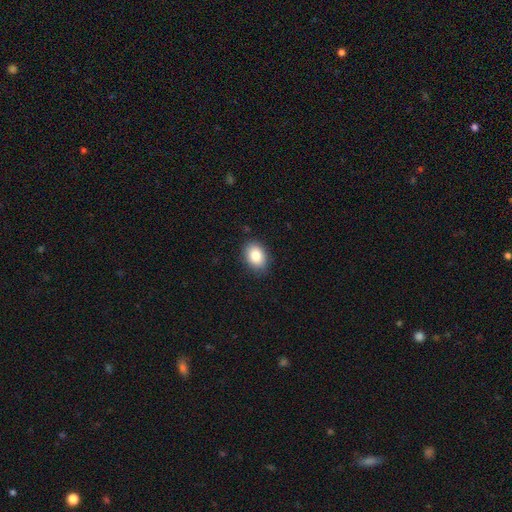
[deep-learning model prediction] A smooth galaxy with no disk features (85%) that is in between round and cigar-shaped (77%). Merging: none (86%).